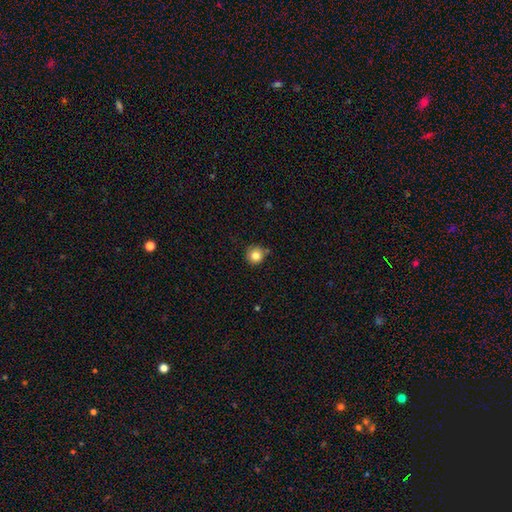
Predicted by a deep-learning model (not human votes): A smooth galaxy with no disk features (82%) that is round (93%). Merging: none (77%).